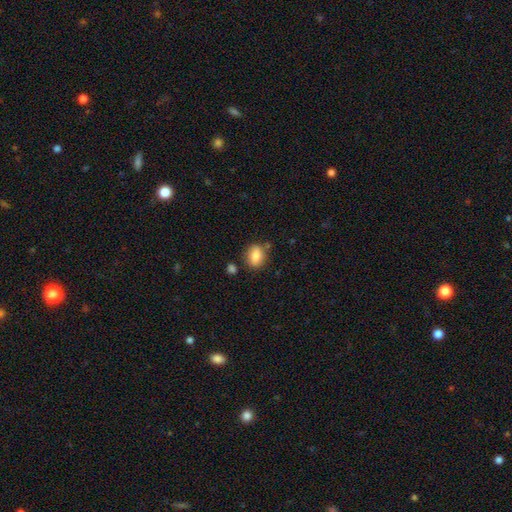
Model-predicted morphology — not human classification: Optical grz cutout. It shows a smooth galaxy with no disk features (79%) that is in between round and cigar-shaped (63%). Merging: none (77%).